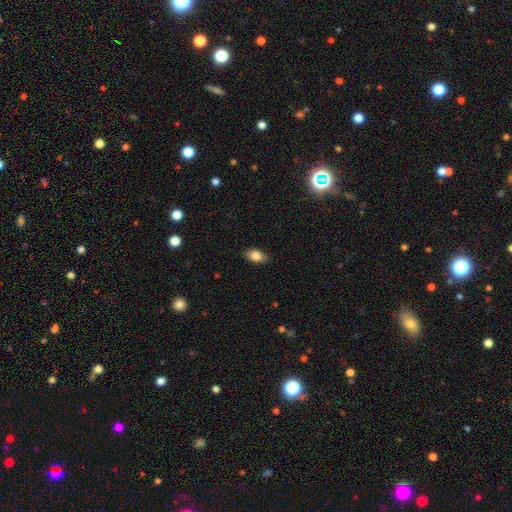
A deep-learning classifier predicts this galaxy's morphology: This is clearly a smooth galaxy (82%). How rounded: clearly in between (89%). Merging: clearly none (85%).